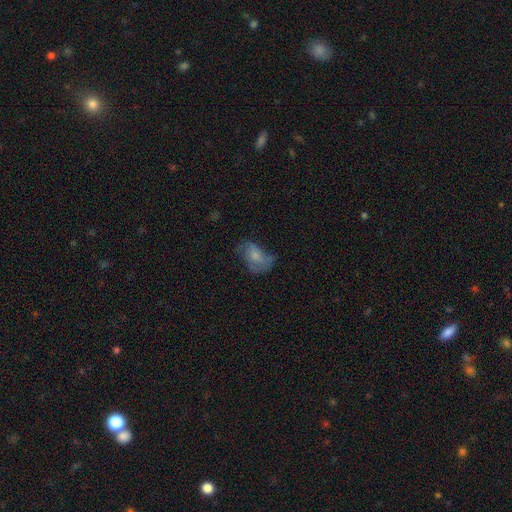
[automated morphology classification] Smooth or featured? Predicted: smooth (p=0.49). Merging? Predicted: none (p=0.39).